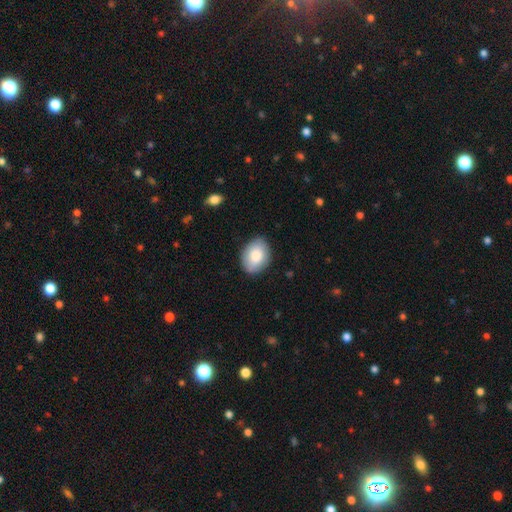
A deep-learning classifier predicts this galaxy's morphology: A smooth galaxy with no disk features (82%) that is in between round and cigar-shaped (77%). Merging: none (85%).